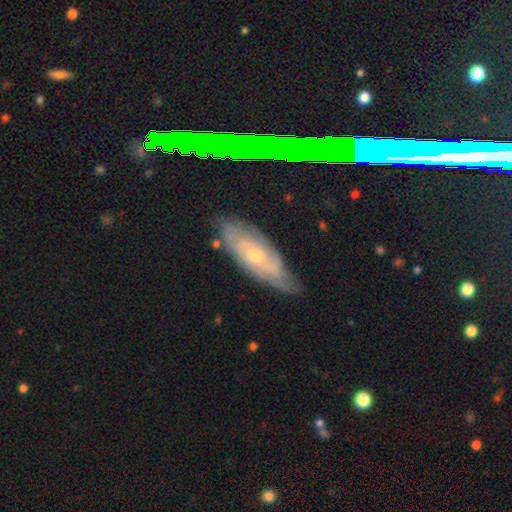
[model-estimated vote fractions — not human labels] A featured or disk galaxy (65%) with no bar (76%), spiral arms (79%) and a small central bulge (63%).

Vote fractions:
- Smooth or featured? featured or disk: 65% / smooth: 27% / star or artifact: 8%
- Edge-on disk? no: 78% / yes: 22%
- Bar? no: 76% / weak: 20% / strong: 4%
- Spiral arms? yes: 79% / no: 21%
- Bulge size? small: 63% / moderate: 33% / none: 2% / large: 1% / dominant: 1%
- Merging? none: 73% / minor disturbance: 20% / major disturbance: 4% / merger: 2%